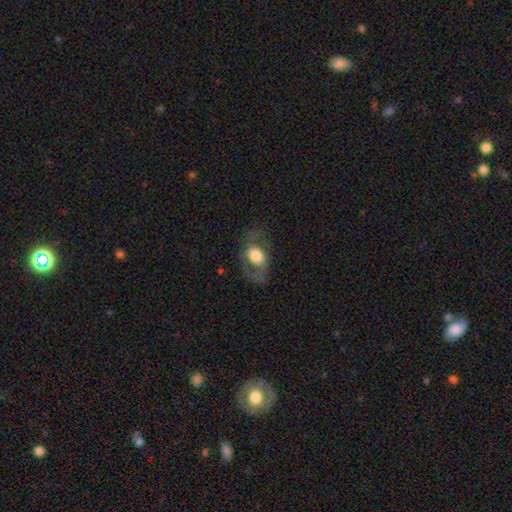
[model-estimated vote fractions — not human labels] This is possibly a featured or disk galaxy (55%). It is clearly not viewed edge-on (92%). Bar: likely no (70%). Spiral arm pattern: likely yes (62%). Central bulge: possibly large (48%). Merging: likely none (62%).